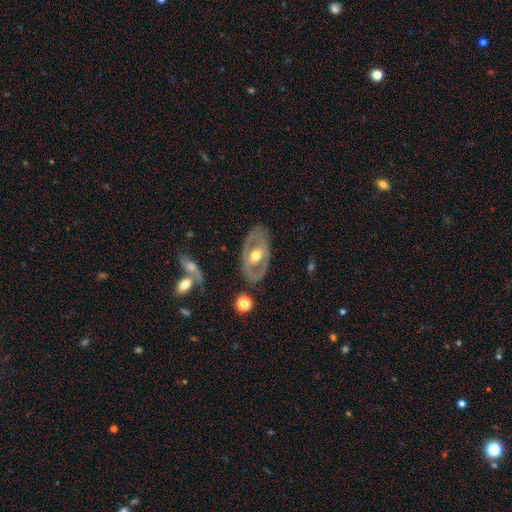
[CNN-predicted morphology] Q: Smooth or featured?
A: featured or disk (68%); runner-up: smooth (27%)
Q: Edge-on disk?
A: no (89%); runner-up: yes (11%)
Q: Bar?
A: no (62%); runner-up: weak (26%)
Q: Spiral arms?
A: no (68%); runner-up: yes (32%)
Q: Bulge size?
A: moderate (74%); runner-up: large (12%)
Q: Merging?
A: none (78%); runner-up: minor disturbance (14%)